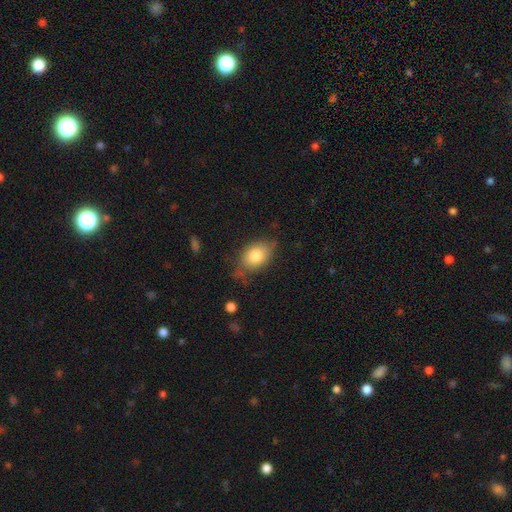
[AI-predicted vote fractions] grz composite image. It shows a smooth galaxy with no disk features (80%) that is in between round and cigar-shaped (83%). Merging: none (63%).